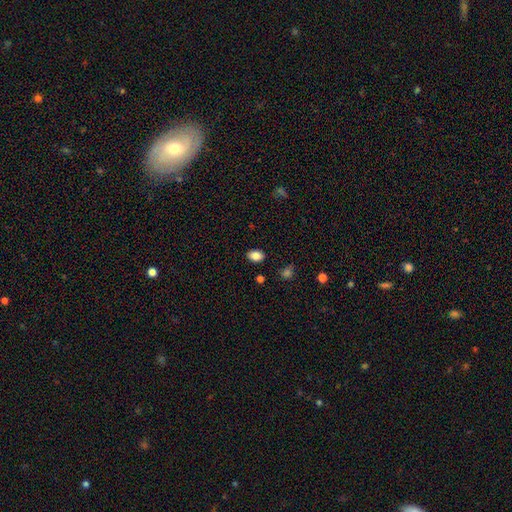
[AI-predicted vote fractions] Smooth or featured? smooth (85%)
How rounded? in between (81%)
Merging? none (87%)